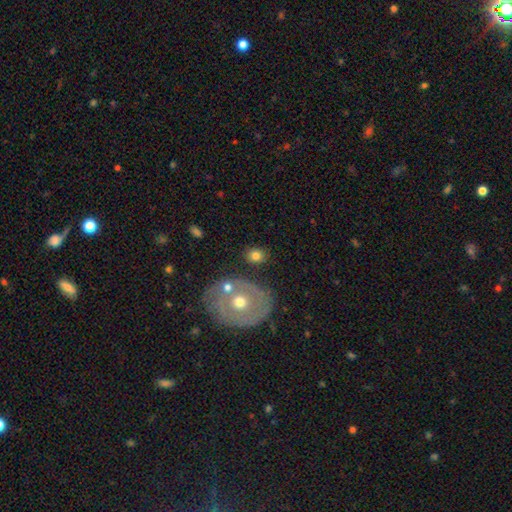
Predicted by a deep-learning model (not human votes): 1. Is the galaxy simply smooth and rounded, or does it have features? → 73% smooth, 19% featured or disk, 8% star or artifact.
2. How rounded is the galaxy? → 60% round, 38% in between, 1% cigar-shaped.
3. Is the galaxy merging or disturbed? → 78% none, 11% minor disturbance, 7% merger, 4% major disturbance.